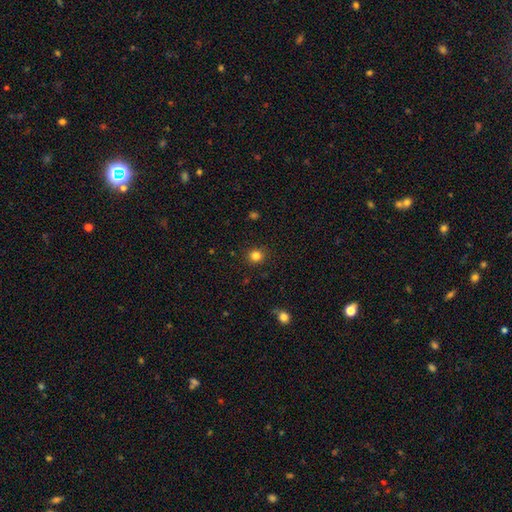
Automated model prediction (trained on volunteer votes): Q: Smooth or featured?
A: smooth (83%); runner-up: star or artifact (13%)
Q: How rounded?
A: round (89%); runner-up: in between (10%)
Q: Merging?
A: none (90%); runner-up: minor disturbance (7%)